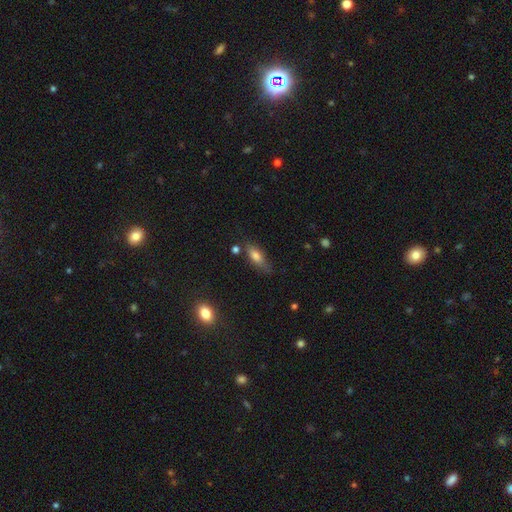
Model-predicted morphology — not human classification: A smooth galaxy with no disk features (73%) that is in between round and cigar-shaped (66%). Merging: none (67%).